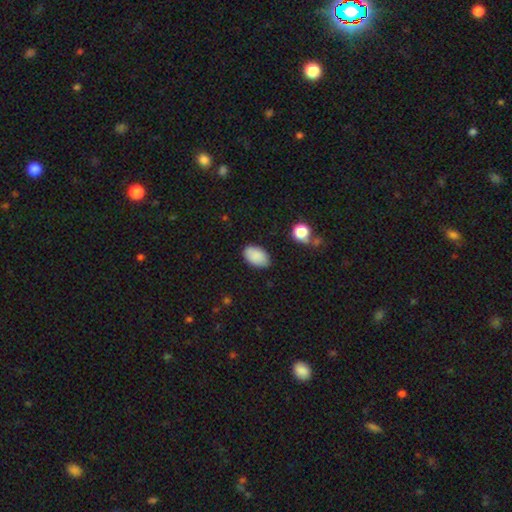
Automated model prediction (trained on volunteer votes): smooth-or-featured: smooth: 88% | star or artifact: 7% | featured or disk: 4%
  how-rounded: in between: 92% | round: 7% | cigar-shaped: 1%
  merging: none: 82% | minor disturbance: 13% | major disturbance: 3% | merger: 2%